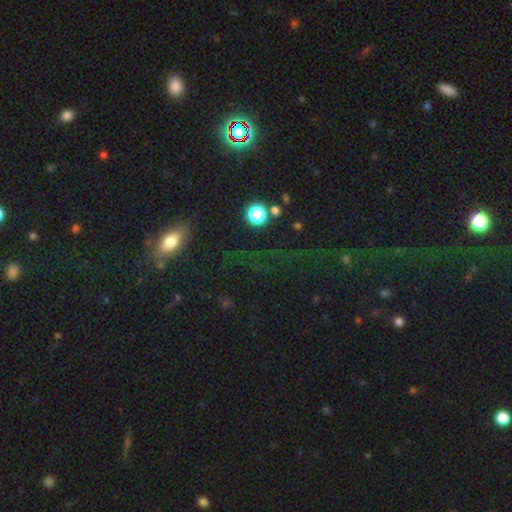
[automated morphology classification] Smooth or featured?
  - smooth: 42% *
  - star or artifact: 41%
  - featured or disk: 16%
Merging?
  - none: 73% *
  - minor disturbance: 11%
  - major disturbance: 10%
  - merger: 5%